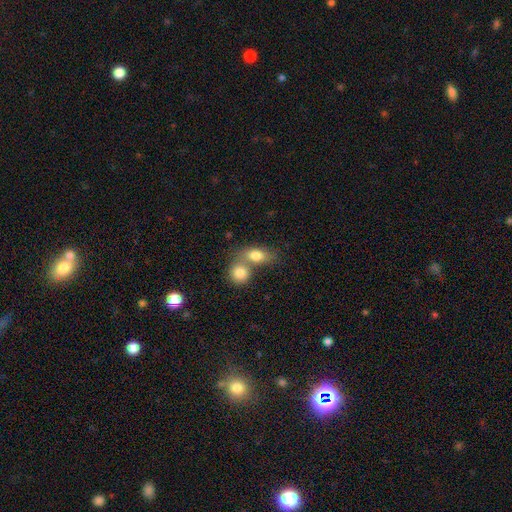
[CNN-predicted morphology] type=smooth (80%); roundness=in between (71%); merging=merger (62%).